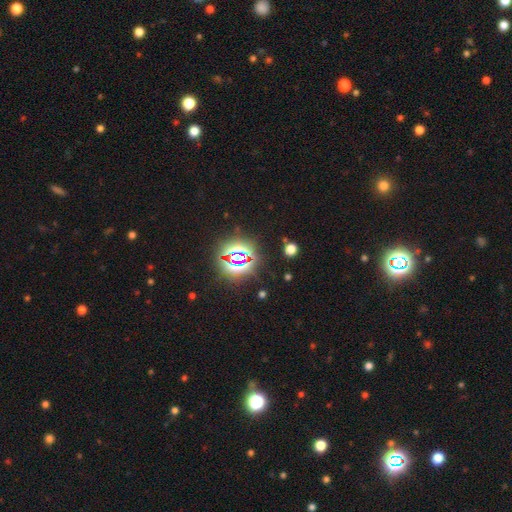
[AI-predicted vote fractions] Morphology: type=star or artifact (82%).